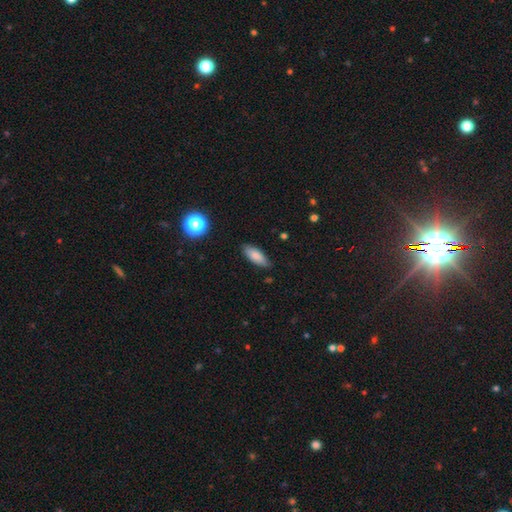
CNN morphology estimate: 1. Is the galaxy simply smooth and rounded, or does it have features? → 82% smooth, 11% featured or disk, 8% star or artifact.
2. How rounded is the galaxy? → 73% in between, 25% cigar-shaped, 2% round.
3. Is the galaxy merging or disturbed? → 83% none, 14% minor disturbance, 2% major disturbance, 1% merger.